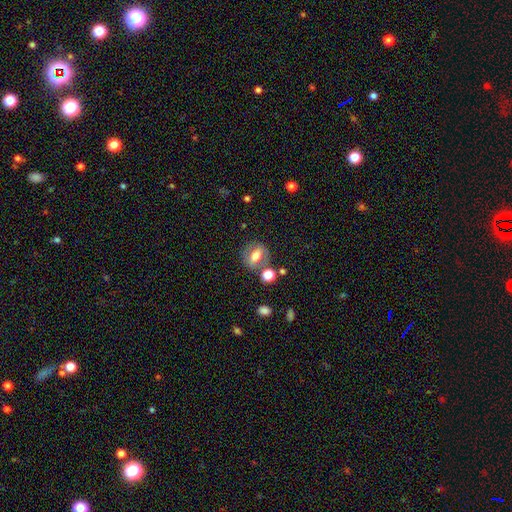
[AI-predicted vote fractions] Smooth or featured? Predicted: smooth (p=0.53). How rounded? Predicted: round (p=0.50). Merging? Predicted: none (p=0.71).